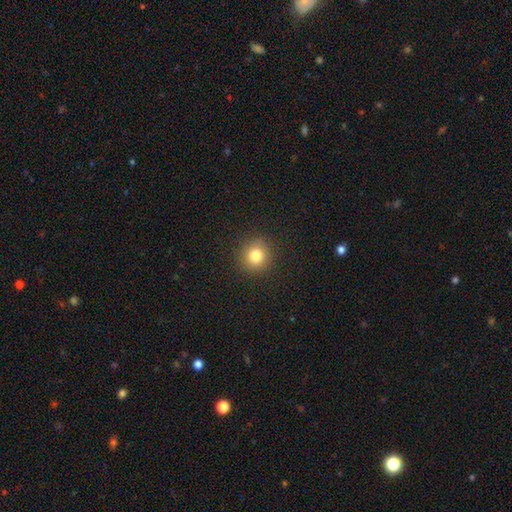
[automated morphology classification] A smooth galaxy with no disk features (81%) that is round (90%).

Vote fractions:
- Smooth or featured? smooth: 81% / star or artifact: 13% / featured or disk: 7%
- How rounded? round: 90% / in between: 9% / cigar-shaped: 1%
- Merging? none: 90% / minor disturbance: 6% / major disturbance: 2% / merger: 1%